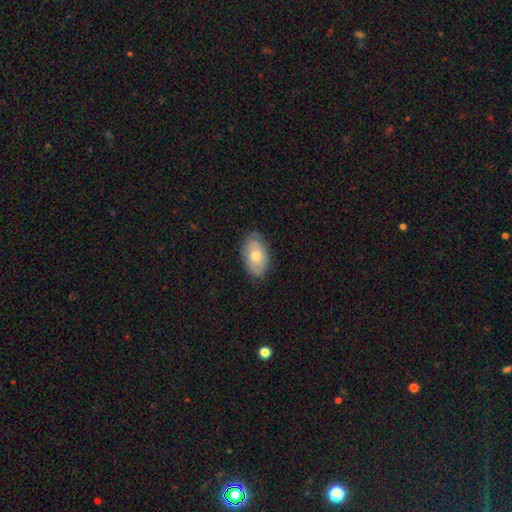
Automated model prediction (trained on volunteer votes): Smooth or featured? smooth (61%)
How rounded? in between (92%)
Merging? none (80%)